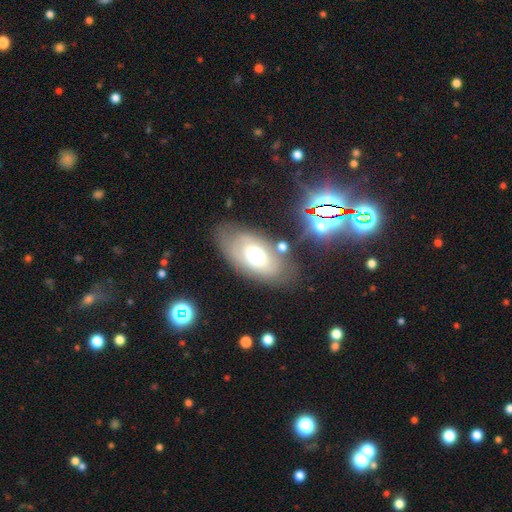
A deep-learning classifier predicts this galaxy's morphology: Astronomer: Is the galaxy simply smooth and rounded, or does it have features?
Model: smooth — 52% (runner-up: featured or disk, 34%).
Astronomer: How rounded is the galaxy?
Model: in between — 88%.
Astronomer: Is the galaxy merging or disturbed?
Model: none — 68%.